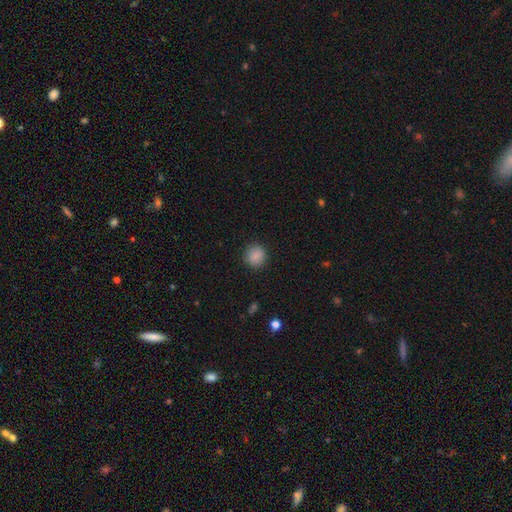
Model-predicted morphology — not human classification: smooth_or_featured: smooth (p=0.88) [alt: star or artifact p=0.09]
how_rounded: round (p=0.88) [alt: in between p=0.11]
merging: none (p=0.89) [alt: minor disturbance p=0.07]